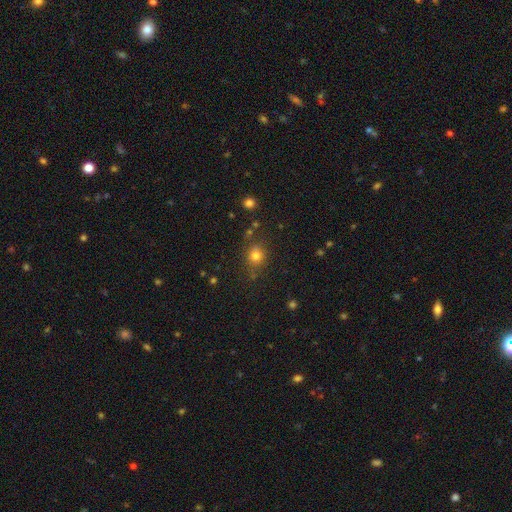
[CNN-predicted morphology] Q: Smooth or featured?
A: smooth (76%); runner-up: star or artifact (16%)
Q: How rounded?
A: round (81%); runner-up: in between (18%)
Q: Merging?
A: none (74%); runner-up: minor disturbance (14%)